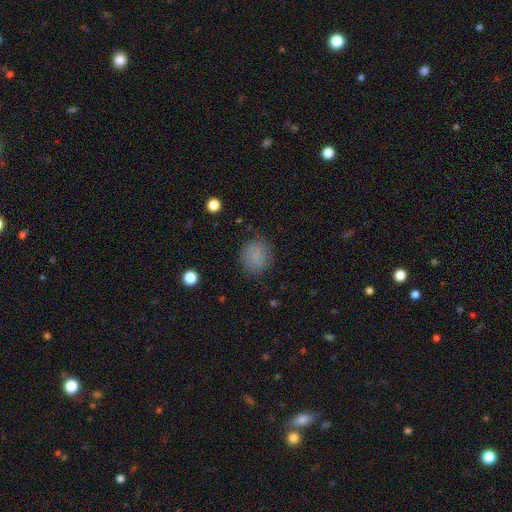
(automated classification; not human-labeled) smooth_or_featured: smooth (p=0.82) [alt: star or artifact p=0.12]
how_rounded: round (p=0.75) [alt: in between p=0.24]
merging: none (p=0.81) [alt: minor disturbance p=0.13]